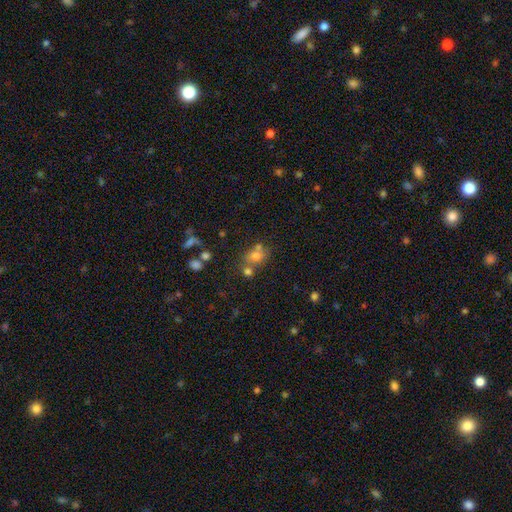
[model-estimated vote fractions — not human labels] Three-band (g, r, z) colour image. It shows a smooth galaxy with no disk features (68%) that is round (53%). Merging: none (54%).